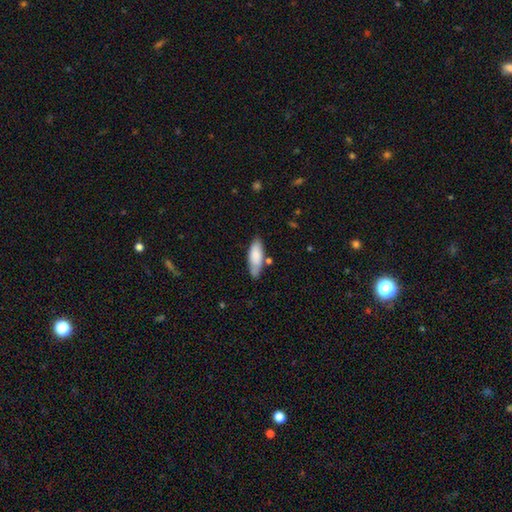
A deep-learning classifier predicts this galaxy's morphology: A smooth galaxy with no disk features (81%) that is in between round and cigar-shaped (69%). Merging: none (71%).